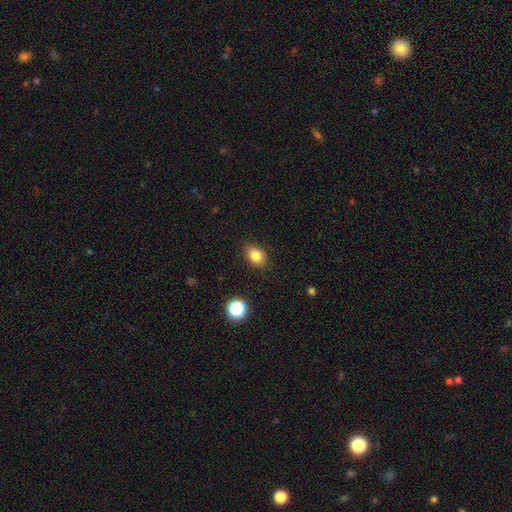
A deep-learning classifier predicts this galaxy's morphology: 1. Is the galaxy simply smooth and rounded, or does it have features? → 83% smooth, 11% star or artifact, 7% featured or disk.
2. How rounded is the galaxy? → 75% in between, 24% round, 1% cigar-shaped.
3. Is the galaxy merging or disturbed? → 86% none, 11% minor disturbance, 3% major disturbance, 1% merger.